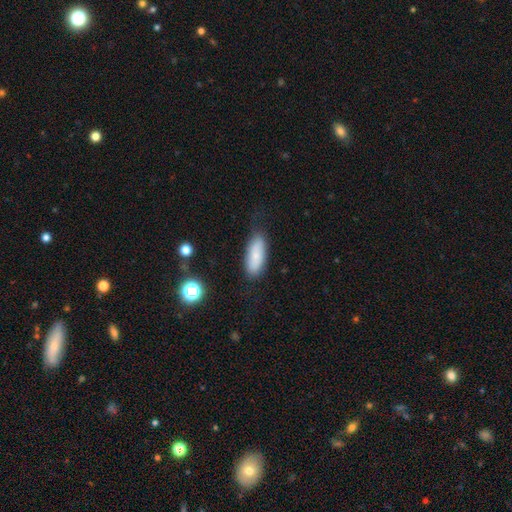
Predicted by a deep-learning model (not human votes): Morphology: type=smooth (75%); roundness=in between (77%); merging=none (76%).